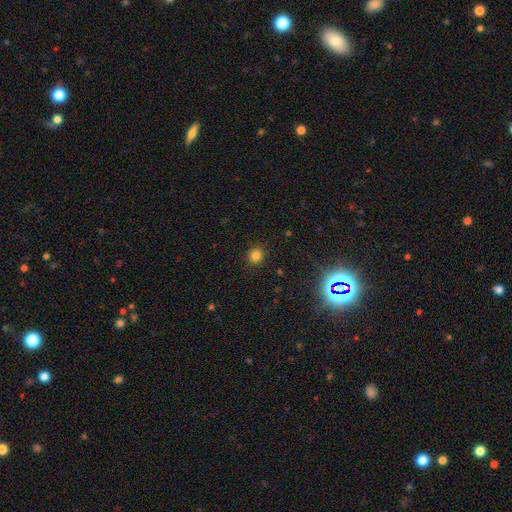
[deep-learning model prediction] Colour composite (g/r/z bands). It shows a smooth galaxy with no disk features (81%) that is round (86%). Merging: none (90%).